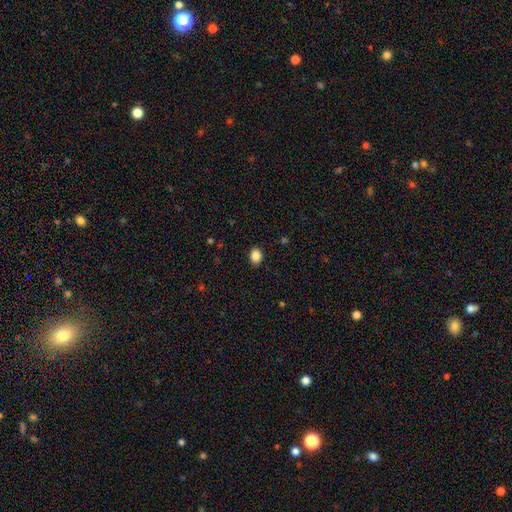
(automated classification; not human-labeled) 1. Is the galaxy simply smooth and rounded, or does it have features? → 87% smooth, 9% star or artifact, 3% featured or disk.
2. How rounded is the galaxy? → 63% in between, 36% round, 1% cigar-shaped.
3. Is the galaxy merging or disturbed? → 88% none, 9% minor disturbance, 2% major disturbance, 1% merger.